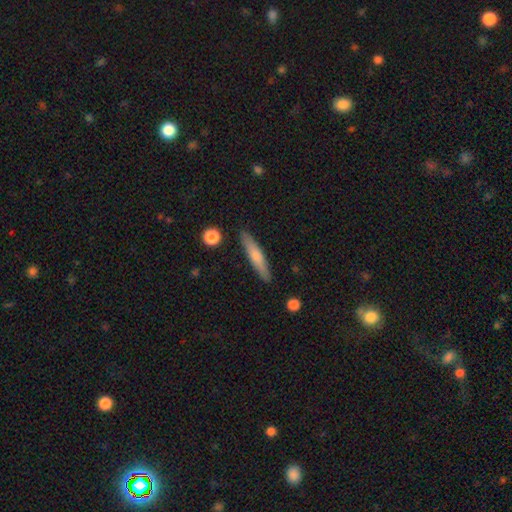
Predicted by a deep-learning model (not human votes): Smooth or featured: smooth — 62% (featured or disk — 31%)
How rounded: cigar-shaped — 91% (in between — 8%)
Merging: none — 89% (minor disturbance — 8%)